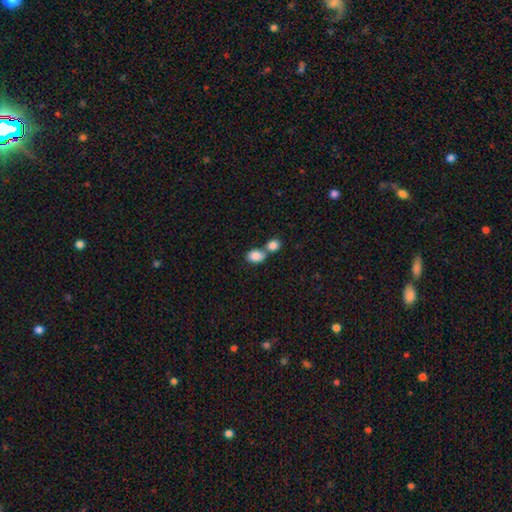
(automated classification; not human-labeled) The model was most divided on "merging": merger: 56%, none: 33%, minor disturbance: 8%, major disturbance: 3%. More confident: smooth or featured — smooth (86%); how rounded — in between (77%).